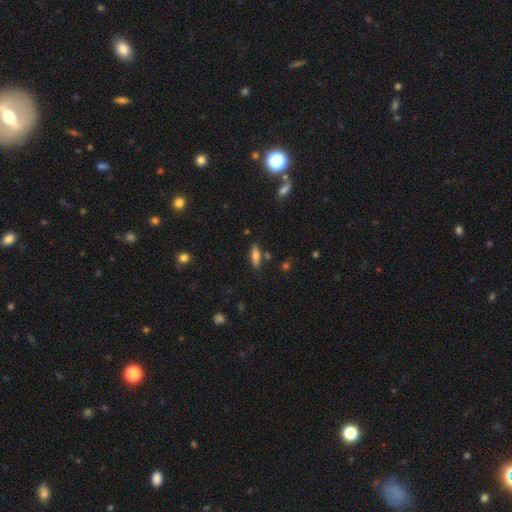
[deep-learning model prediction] smooth-or-featured: smooth: 67% | featured or disk: 24% | star or artifact: 8%
  how-rounded: cigar-shaped: 49% | in between: 48% | round: 3%
  merging: none: 78% | minor disturbance: 13% | merger: 6% | major disturbance: 3%